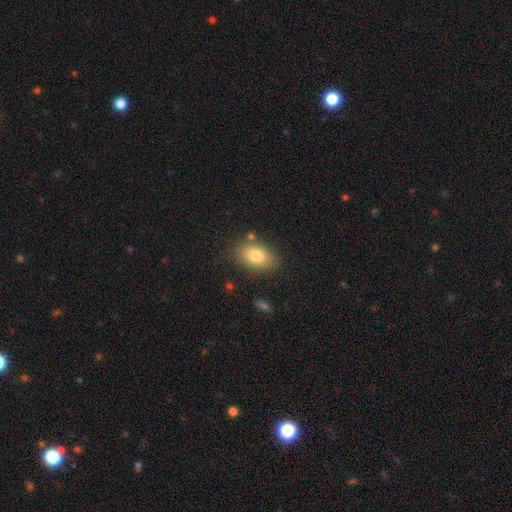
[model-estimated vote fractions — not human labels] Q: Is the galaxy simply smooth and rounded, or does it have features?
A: smooth — 80%.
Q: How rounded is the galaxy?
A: in between — 89%.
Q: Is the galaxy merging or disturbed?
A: none — 78%.